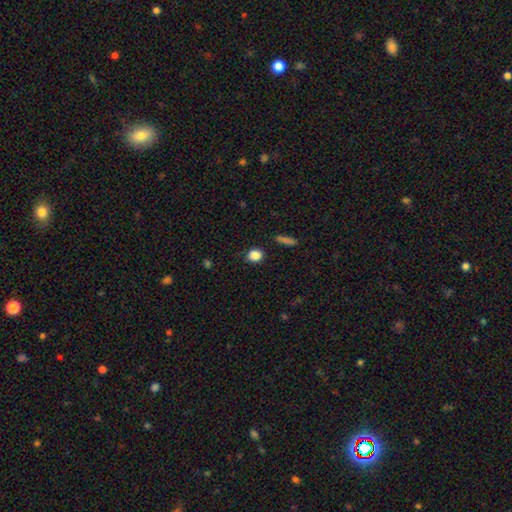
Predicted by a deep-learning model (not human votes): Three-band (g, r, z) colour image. It shows a smooth galaxy with no disk features (87%) that is round (76%). Merging: none (87%).